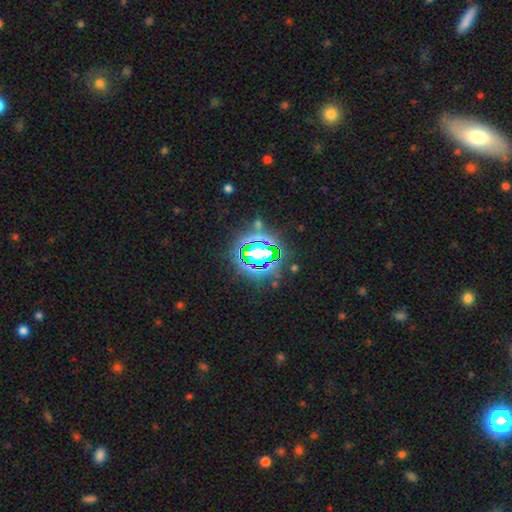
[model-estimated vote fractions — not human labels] This appears to be a star or artifact, not a galaxy (73%).